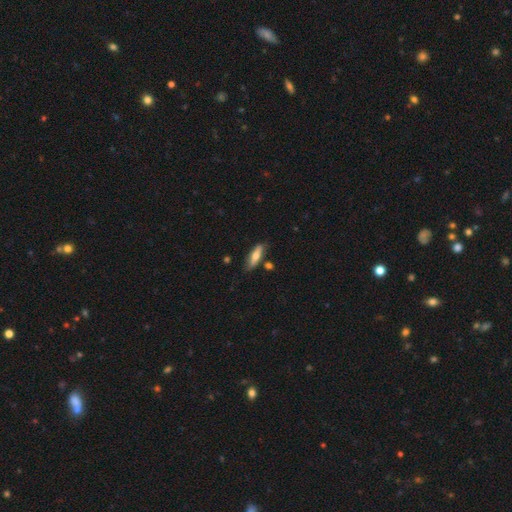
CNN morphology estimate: A smooth galaxy with no disk features (62%) that is cigar-shaped (58%). Merging: none (77%).